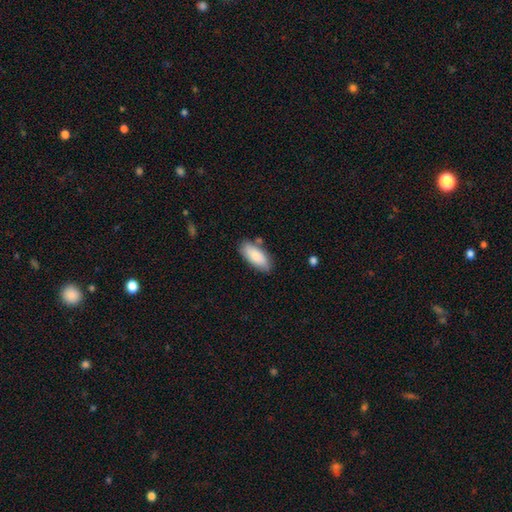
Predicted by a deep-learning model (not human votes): A smooth galaxy with no disk features (84%) that is in between round and cigar-shaped (83%). Merging: none (77%).